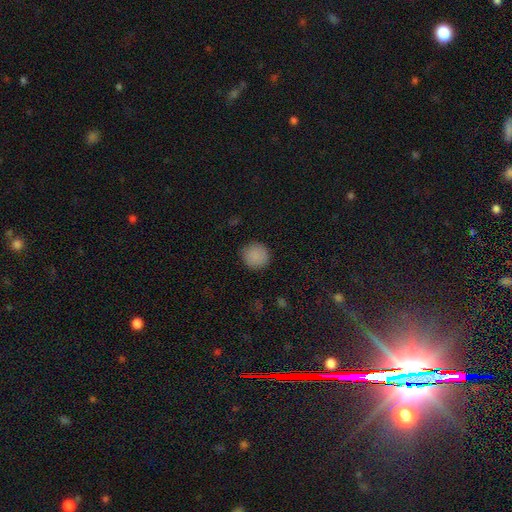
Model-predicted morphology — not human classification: Smooth or featured?
  - smooth: 87% *
  - star or artifact: 9%
  - featured or disk: 4%
How rounded?
  - round: 92% *
  - in between: 8%
  - cigar-shaped: 1%
Merging?
  - none: 89% *
  - minor disturbance: 8%
  - major disturbance: 2%
  - merger: 1%